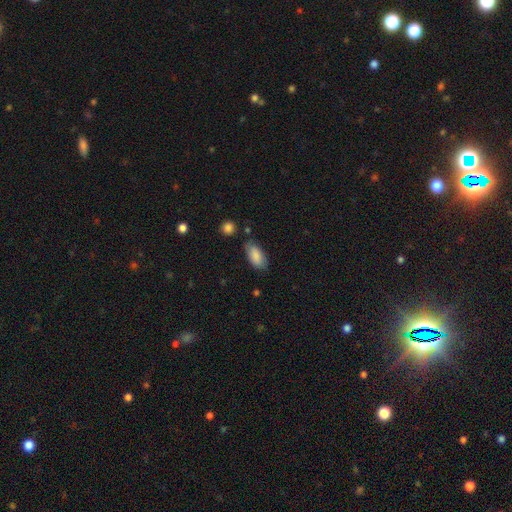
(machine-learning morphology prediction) Overall: smooth (86%). How rounded: in between (91%). Merging: none (74%).